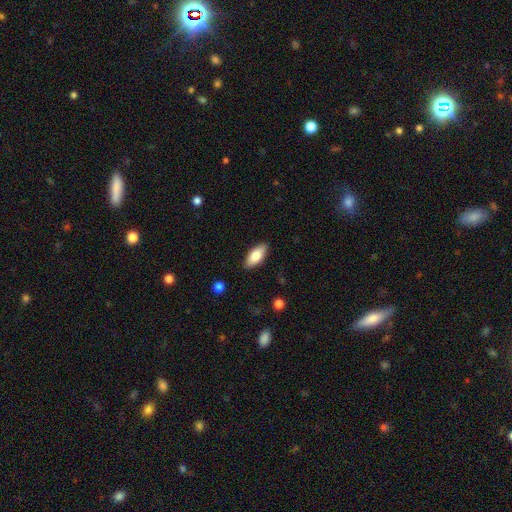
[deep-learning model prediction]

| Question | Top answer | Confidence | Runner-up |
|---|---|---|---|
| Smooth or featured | smooth | 78% | featured or disk (16%) |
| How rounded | in between | 83% | cigar-shaped (15%) |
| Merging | none | 87% | minor disturbance (10%) |